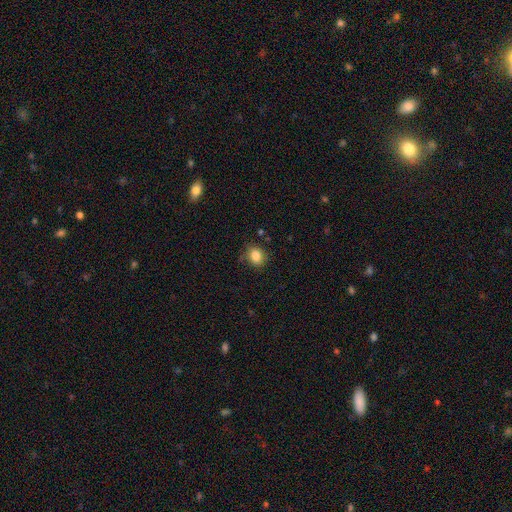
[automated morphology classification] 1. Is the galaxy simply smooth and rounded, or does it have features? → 85% smooth, 10% star or artifact, 5% featured or disk.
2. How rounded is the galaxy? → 60% round, 39% in between, 1% cigar-shaped.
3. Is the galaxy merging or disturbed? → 80% none, 15% minor disturbance, 4% major disturbance, 2% merger.